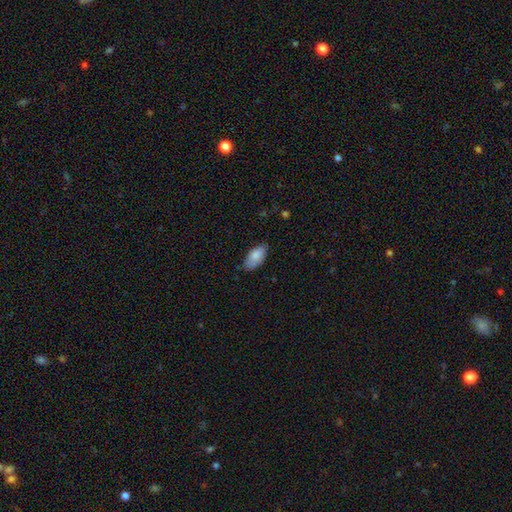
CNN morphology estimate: Q: Smooth or featured?
A: smooth (86%); runner-up: featured or disk (8%)
Q: How rounded?
A: in between (93%); runner-up: cigar-shaped (5%)
Q: Merging?
A: none (73%); runner-up: minor disturbance (23%)